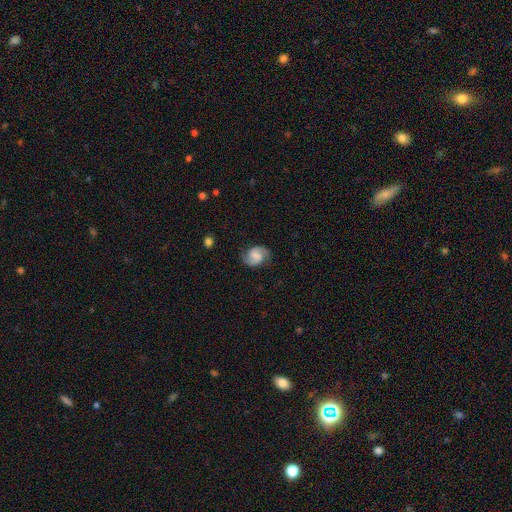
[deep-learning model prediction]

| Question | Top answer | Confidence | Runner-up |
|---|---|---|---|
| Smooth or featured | featured or disk | 75% | smooth (18%) |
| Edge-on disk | no | 98% | yes (2%) |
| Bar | weak | 45% | no (39%) |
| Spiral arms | yes | 96% | no (4%) |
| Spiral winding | medium | 51% | loose (26%) |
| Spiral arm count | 2 | 92% | can't tell (3%) |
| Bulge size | none | 44% | small (20%) |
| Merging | none | 80% | minor disturbance (14%) |